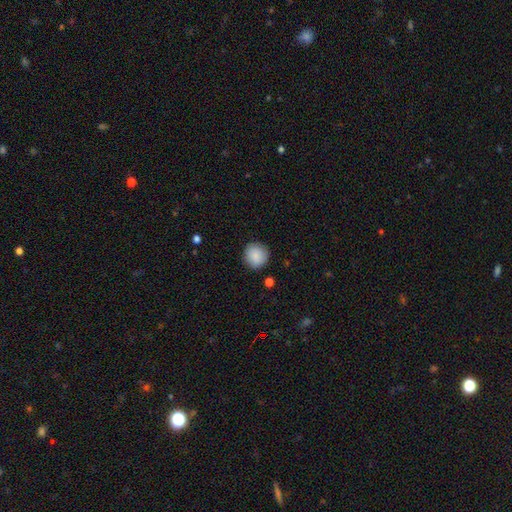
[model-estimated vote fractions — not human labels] smooth 87%, star or artifact 7%, featured or disk 6%. Down the decision tree: how rounded — round (93%); merging — none (88%).